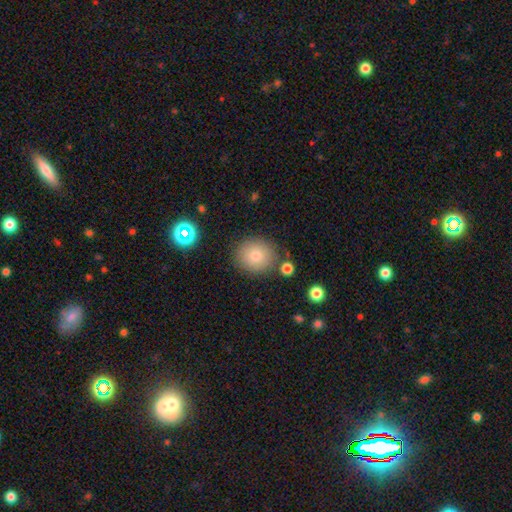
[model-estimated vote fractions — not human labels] smooth 81%, star or artifact 10%, featured or disk 9%. Down the decision tree: how rounded — round (86%); merging — none (82%).